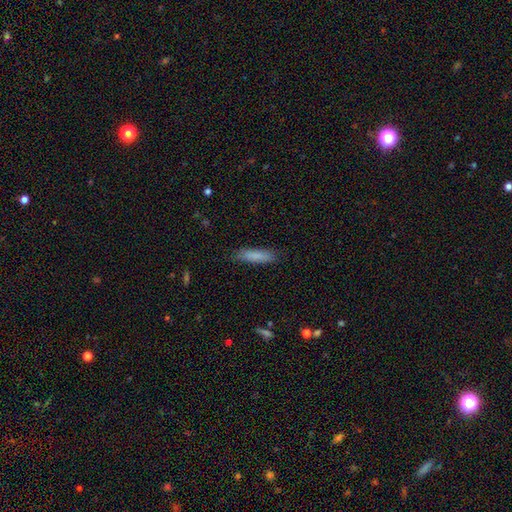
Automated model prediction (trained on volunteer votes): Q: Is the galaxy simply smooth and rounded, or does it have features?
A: smooth — 83%.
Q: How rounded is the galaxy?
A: cigar-shaped — 76%.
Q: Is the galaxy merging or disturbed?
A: none — 83%.